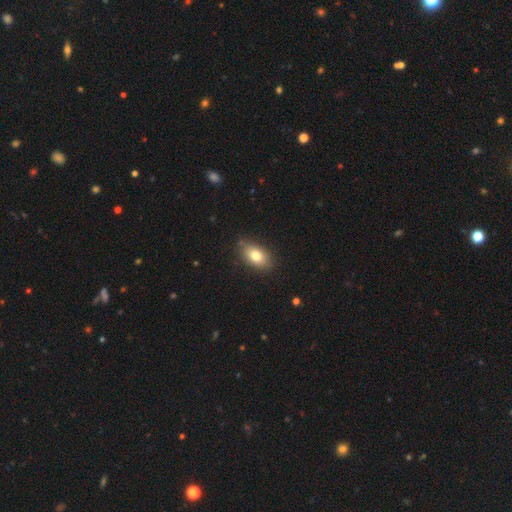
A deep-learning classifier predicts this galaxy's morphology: Smooth or featured? smooth (79%)
How rounded? in between (88%)
Merging? none (83%)